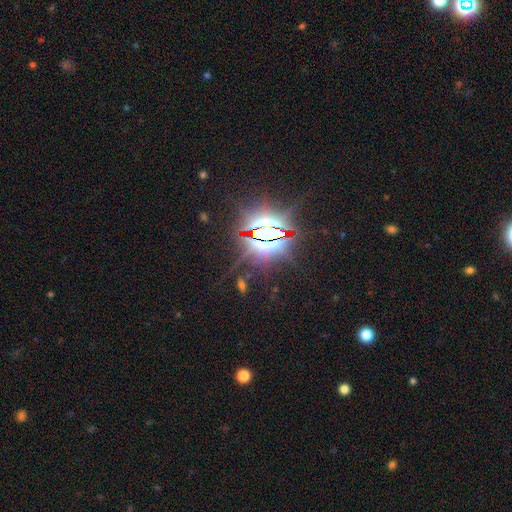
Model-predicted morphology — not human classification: Smooth or featured? star or artifact (85%)